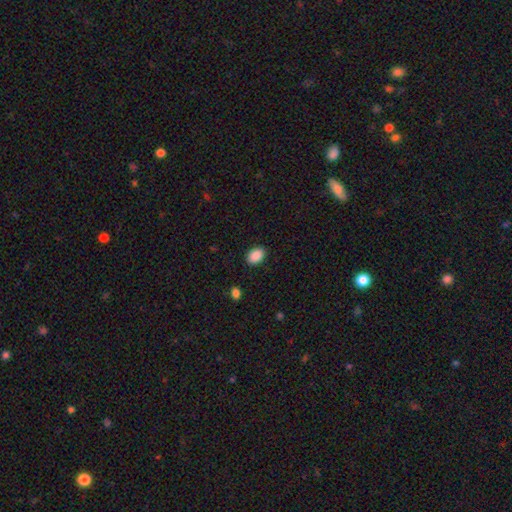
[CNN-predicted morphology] A smooth galaxy with no disk features (89%) that is in between round and cigar-shaped (80%). Merging: none (89%).